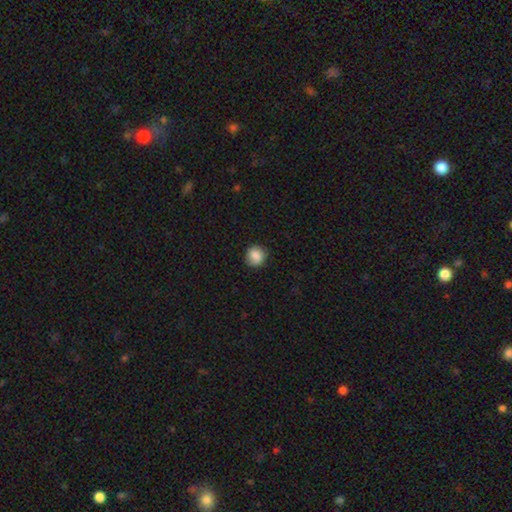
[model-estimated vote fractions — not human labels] This appears to be a smooth galaxy with no disk features (86%) that is round (86%). Merging: none (85%).